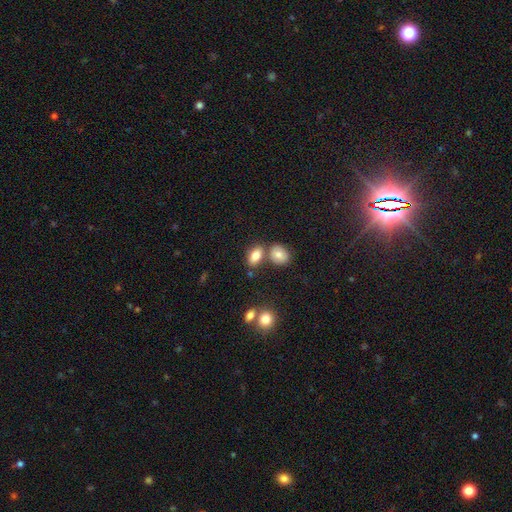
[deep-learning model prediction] smooth_or_featured: smooth (p=0.81) [alt: featured or disk p=0.10]
how_rounded: in between (p=0.85) [alt: round p=0.12]
merging: none (p=0.61) [alt: merger p=0.24]